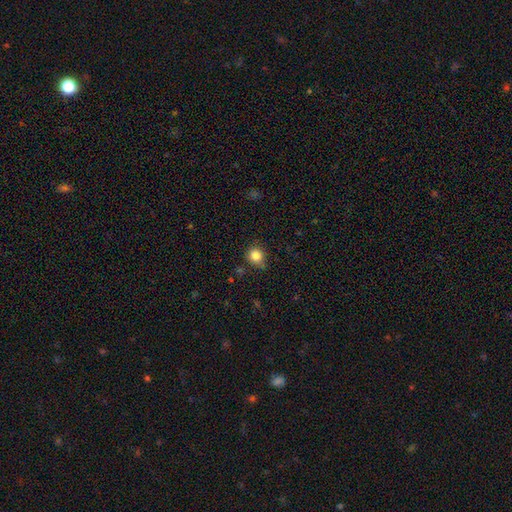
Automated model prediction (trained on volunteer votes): This is clearly a smooth galaxy (83%). How rounded: clearly round (85%). Merging: likely none (73%).